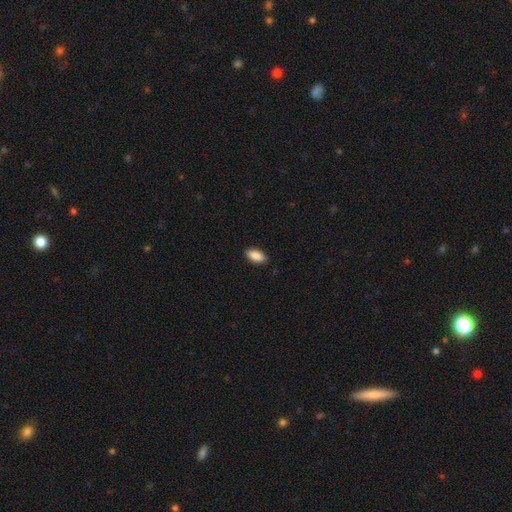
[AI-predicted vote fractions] Morphology: type=smooth (89%); roundness=in between (92%); merging=none (89%).